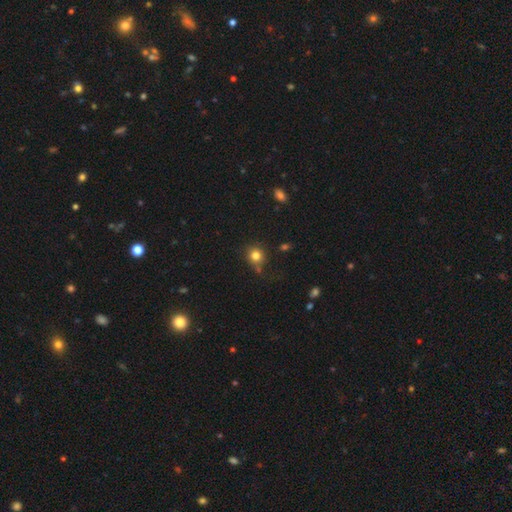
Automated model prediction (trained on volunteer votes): Smooth or featured?
  - smooth: 80% *
  - star or artifact: 13%
  - featured or disk: 7%
How rounded?
  - round: 88% *
  - in between: 11%
  - cigar-shaped: 1%
Merging?
  - none: 73% *
  - minor disturbance: 15%
  - merger: 7%
  - major disturbance: 5%